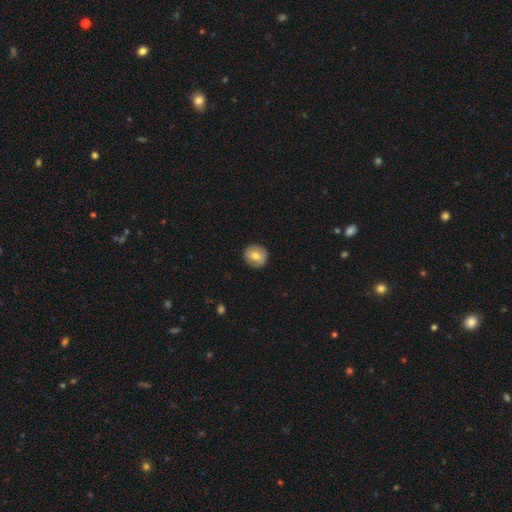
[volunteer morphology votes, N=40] This appears to be a smooth galaxy with no disk features (62%) that is round (96%). Merging: none (92%).